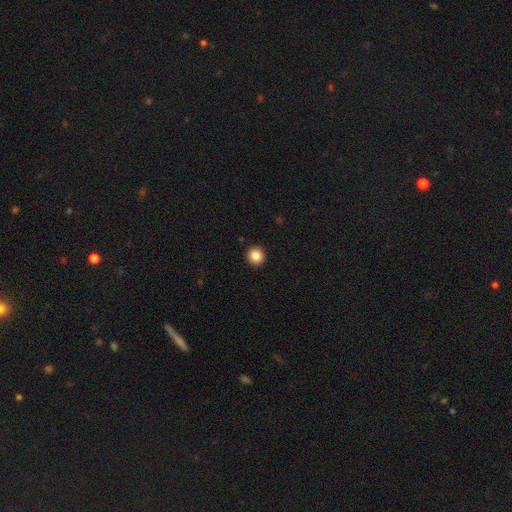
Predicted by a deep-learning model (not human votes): The model was most divided on "smooth or featured": smooth: 86%, star or artifact: 10%, featured or disk: 4%. More confident: merging — none (93%); how rounded — round (90%).